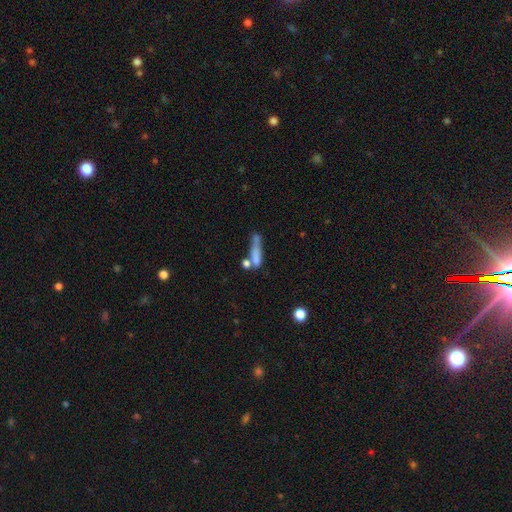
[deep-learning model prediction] Morphology: type=smooth (66%); roundness=cigar-shaped (68%); merging=none (34%).